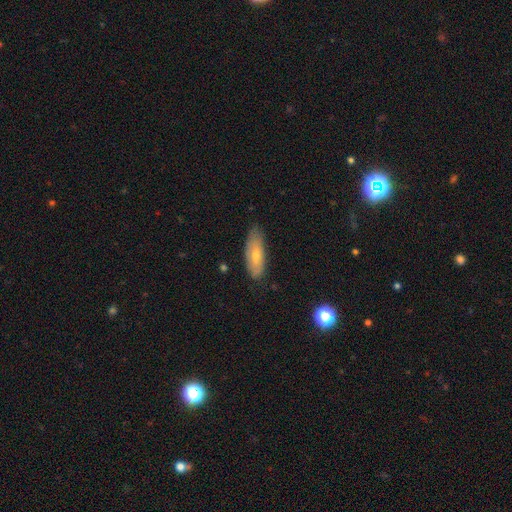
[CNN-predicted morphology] A smooth galaxy with no disk features (68%) that is in between round and cigar-shaped (63%).

Vote fractions:
- Smooth or featured? smooth: 68% / featured or disk: 26% / star or artifact: 6%
- How rounded? in between: 63% / cigar-shaped: 34% / round: 2%
- Merging? none: 72% / minor disturbance: 22% / major disturbance: 4% / merger: 1%